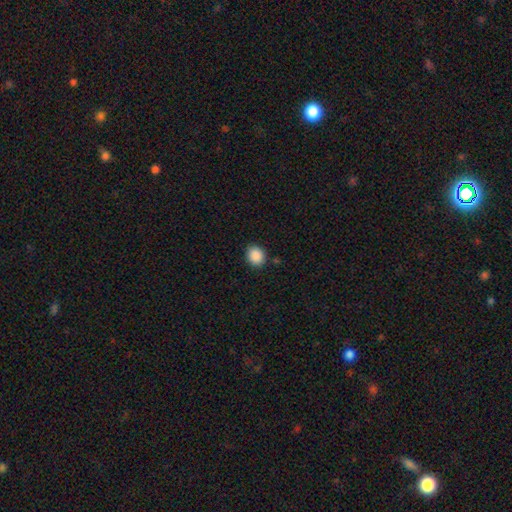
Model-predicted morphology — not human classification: A smooth galaxy with no disk features (89%) that is round (69%).

Vote fractions:
- Smooth or featured? smooth: 89% / star or artifact: 8% / featured or disk: 3%
- How rounded? round: 69% / in between: 30% / cigar-shaped: 1%
- Merging? none: 87% / minor disturbance: 9% / major disturbance: 2% / merger: 2%